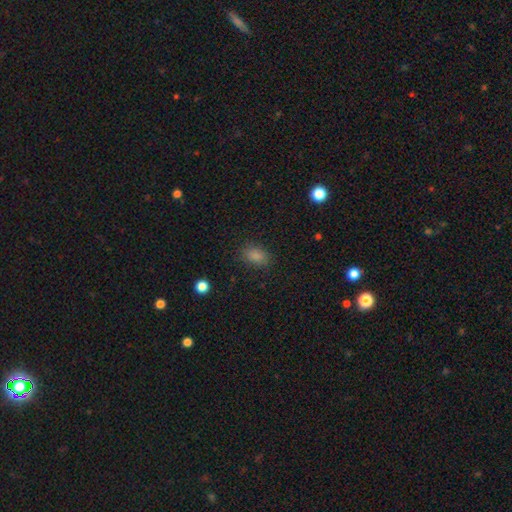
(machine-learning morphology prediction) Smooth or featured? Predicted: smooth (p=0.84). How rounded? Predicted: in between (p=0.84). Merging? Predicted: none (p=0.84).